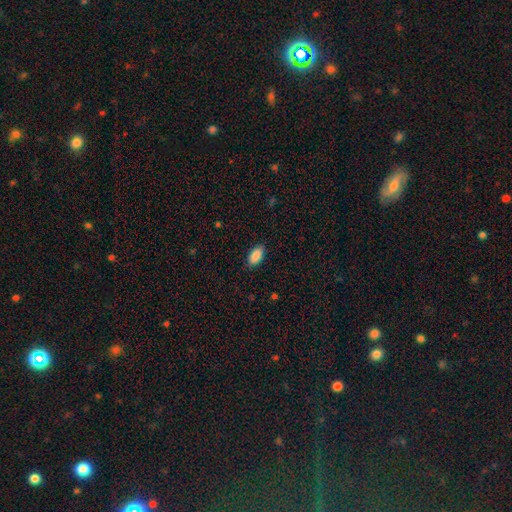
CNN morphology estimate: The model was most divided on "merging": none: 87%, minor disturbance: 10%, major disturbance: 2%, merger: 1%. More confident: how rounded — in between (93%); smooth or featured — smooth (89%).